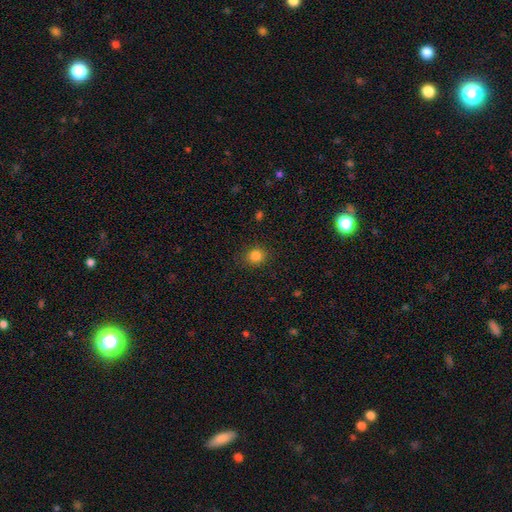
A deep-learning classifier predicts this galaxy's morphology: Q: Smooth or featured?
A: smooth (83%); runner-up: star or artifact (13%)
Q: How rounded?
A: round (80%); runner-up: in between (19%)
Q: Merging?
A: none (88%); runner-up: minor disturbance (8%)